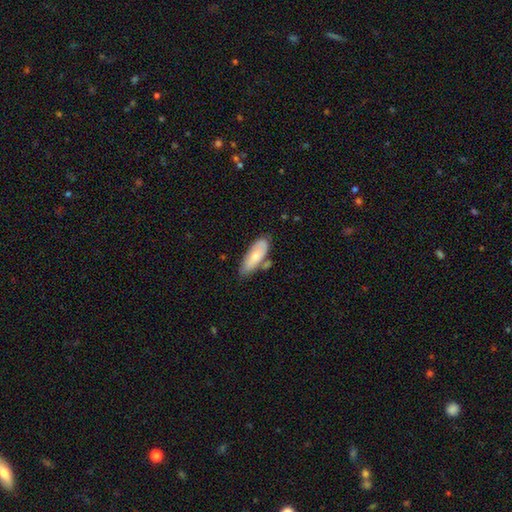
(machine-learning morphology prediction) type=smooth (67%); roundness=in between (75%); merging=none (58%).